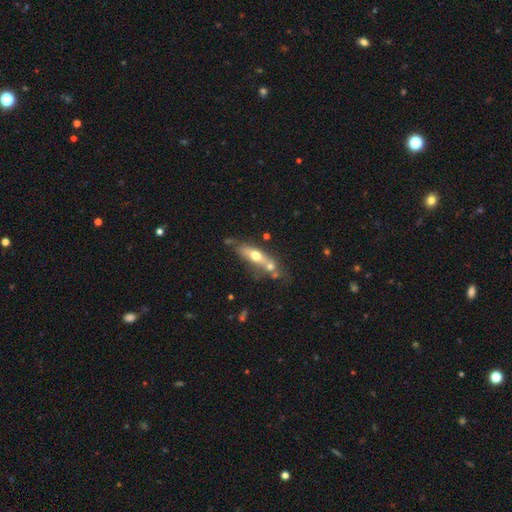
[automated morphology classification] The model was most divided on "smooth or featured": featured or disk: 48%, smooth: 44%, star or artifact: 7%. Remaining: merging — none (43%).